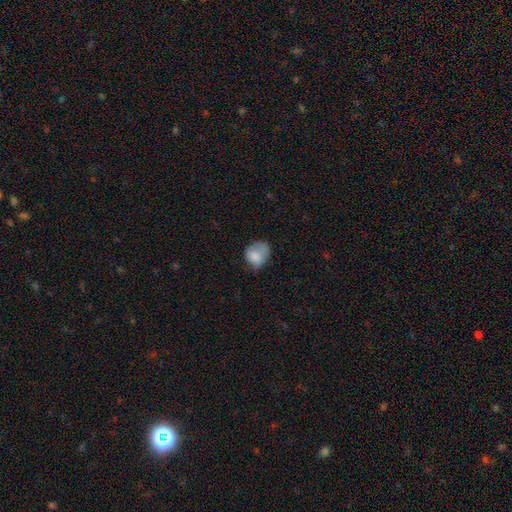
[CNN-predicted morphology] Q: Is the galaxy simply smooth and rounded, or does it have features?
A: smooth — 80%.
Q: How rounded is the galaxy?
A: round — 52%.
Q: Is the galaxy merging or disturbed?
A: none — 41%.